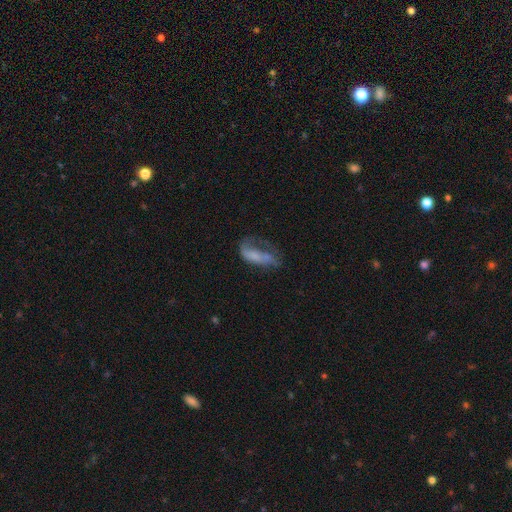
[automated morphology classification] The model was most divided on "smooth or featured": featured or disk: 48%, smooth: 41%, star or artifact: 10%. Remaining: merging — major disturbance (47%).